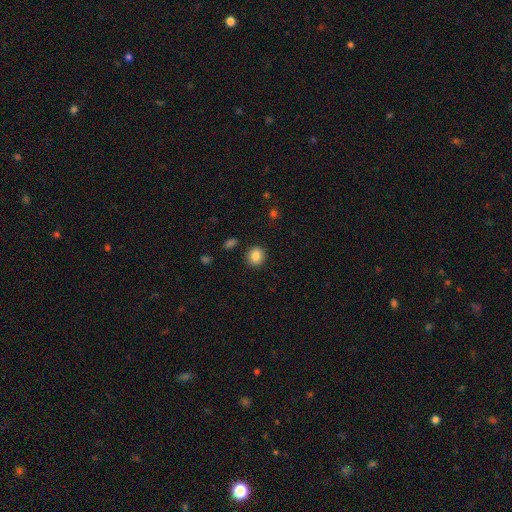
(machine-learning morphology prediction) type=smooth (86%); roundness=round (81%); merging=none (89%).